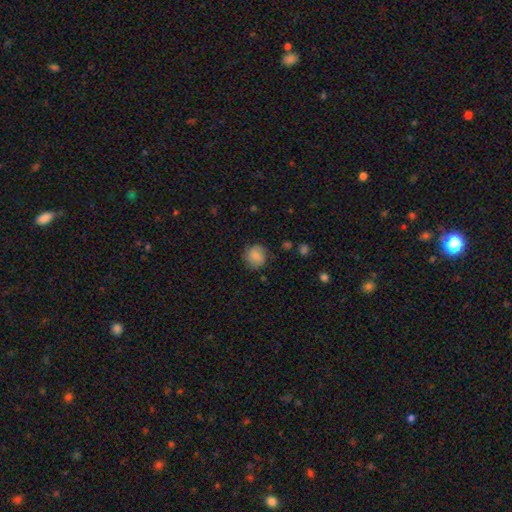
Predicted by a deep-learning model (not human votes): Q: Smooth or featured?
A: smooth (79%); runner-up: featured or disk (13%)
Q: How rounded?
A: round (88%); runner-up: in between (11%)
Q: Merging?
A: none (79%); runner-up: minor disturbance (15%)